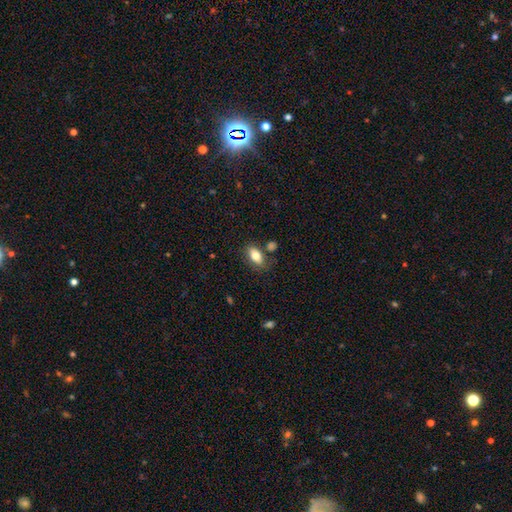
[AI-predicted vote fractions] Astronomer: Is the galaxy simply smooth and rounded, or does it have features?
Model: smooth — 80%.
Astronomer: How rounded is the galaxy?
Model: in between — 89%.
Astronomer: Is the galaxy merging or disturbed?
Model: none — 73%.